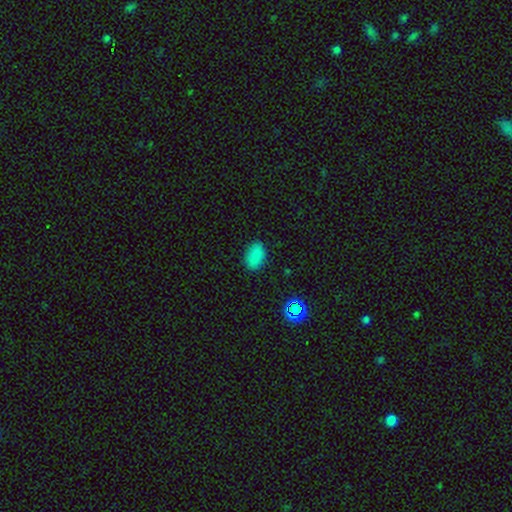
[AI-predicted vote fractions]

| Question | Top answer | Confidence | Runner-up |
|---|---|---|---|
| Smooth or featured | smooth | 82% | star or artifact (13%) |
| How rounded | in between | 89% | round (9%) |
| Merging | none | 83% | minor disturbance (13%) |